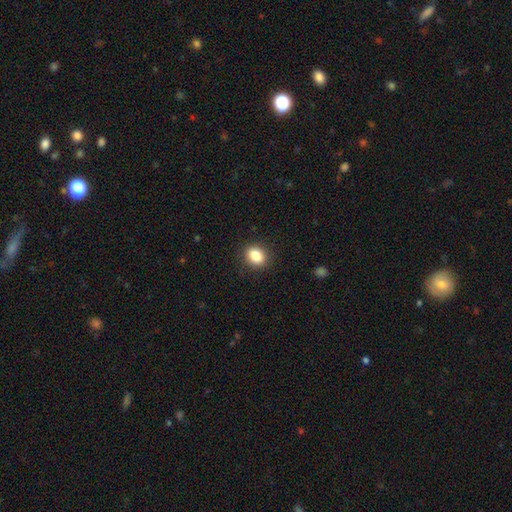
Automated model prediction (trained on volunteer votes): Smooth or featured?
  - smooth: 85% *
  - star or artifact: 10%
  - featured or disk: 5%
How rounded?
  - round: 50% *
  - in between: 49%
  - cigar-shaped: 1%
Merging?
  - none: 89% *
  - minor disturbance: 8%
  - major disturbance: 2%
  - merger: 1%